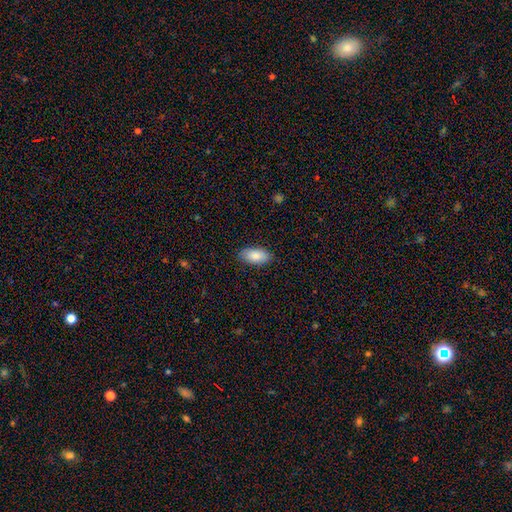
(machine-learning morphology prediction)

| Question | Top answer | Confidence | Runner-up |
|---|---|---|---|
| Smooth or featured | smooth | 85% | featured or disk (9%) |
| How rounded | in between | 91% | cigar-shaped (7%) |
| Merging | none | 86% | minor disturbance (11%) |